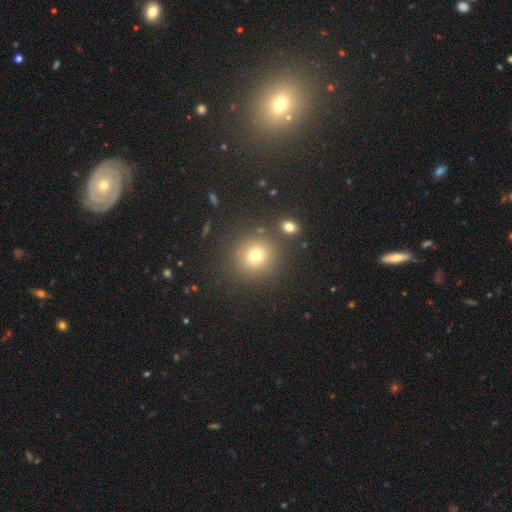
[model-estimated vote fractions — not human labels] smooth-or-featured: smooth: 73% | star or artifact: 17% | featured or disk: 10%
  how-rounded: round: 89% | in between: 10% | cigar-shaped: 1%
  merging: none: 84% | minor disturbance: 7% | merger: 6% | major disturbance: 3%